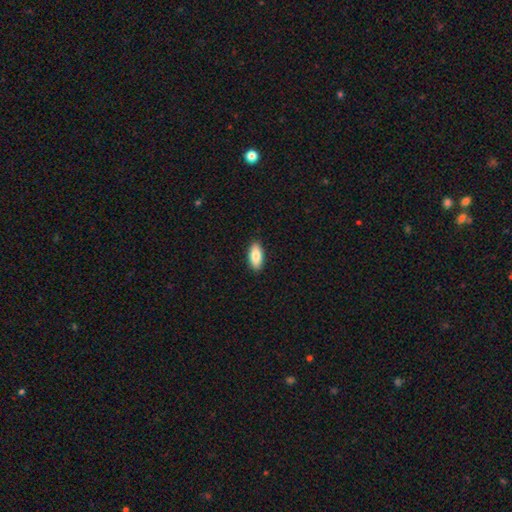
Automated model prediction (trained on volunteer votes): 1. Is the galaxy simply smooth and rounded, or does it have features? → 86% smooth, 8% featured or disk, 6% star or artifact.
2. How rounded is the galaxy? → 87% in between, 11% cigar-shaped, 2% round.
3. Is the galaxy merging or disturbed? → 90% none, 7% minor disturbance, 2% major disturbance, 1% merger.